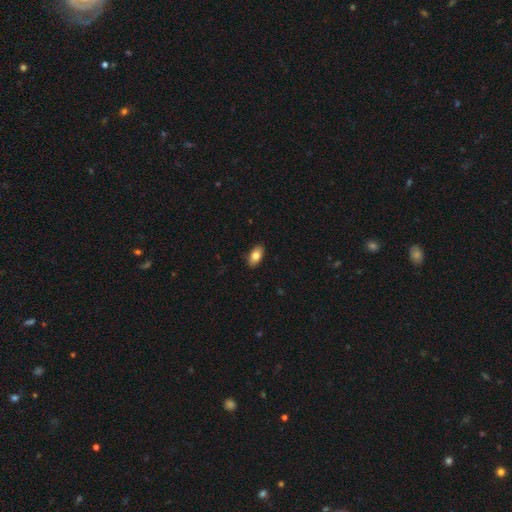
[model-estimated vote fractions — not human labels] Smooth or featured: smooth — 80% (featured or disk — 13%)
How rounded: in between — 92% (round — 4%)
Merging: none — 89% (minor disturbance — 8%)